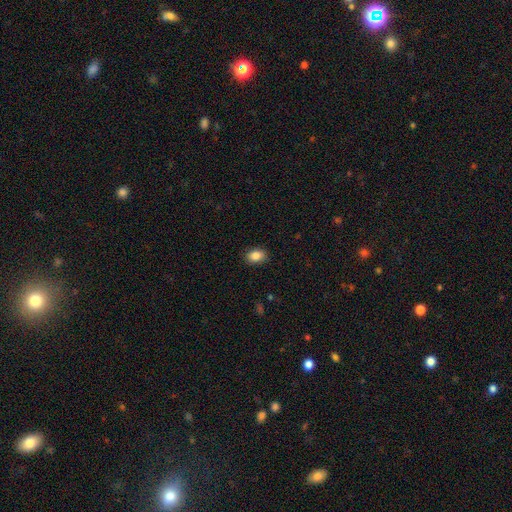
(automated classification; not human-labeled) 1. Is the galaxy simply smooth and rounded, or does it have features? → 86% smooth, 8% star or artifact, 5% featured or disk.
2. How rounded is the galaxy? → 76% in between, 23% round, 1% cigar-shaped.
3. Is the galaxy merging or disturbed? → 88% none, 9% minor disturbance, 2% major disturbance, 1% merger.